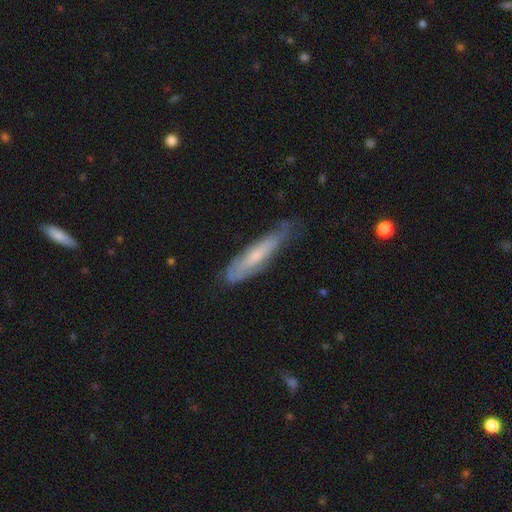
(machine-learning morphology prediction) This is possibly a featured or disk galaxy (49%). Merging: likely none (61%).